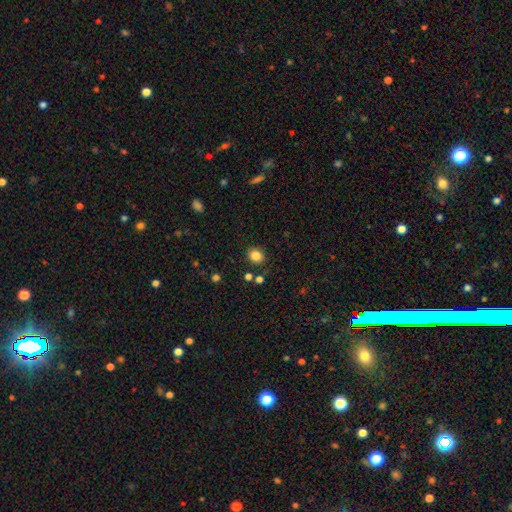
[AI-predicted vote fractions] This is clearly a smooth galaxy (84%). How rounded: likely round (71%). Merging: clearly none (86%).